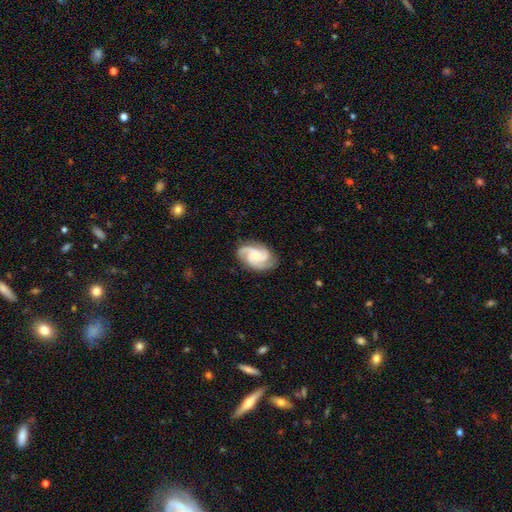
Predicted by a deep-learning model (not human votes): featured or disk 86%, smooth 9%, star or artifact 5%. Down the decision tree: edge-on disk — no (98%); bar — no (69%); spiral arms — yes (98%); spiral arm count — 3 (69%); spiral winding — medium (48%); bulge size — small (58%); merging — none (80%).